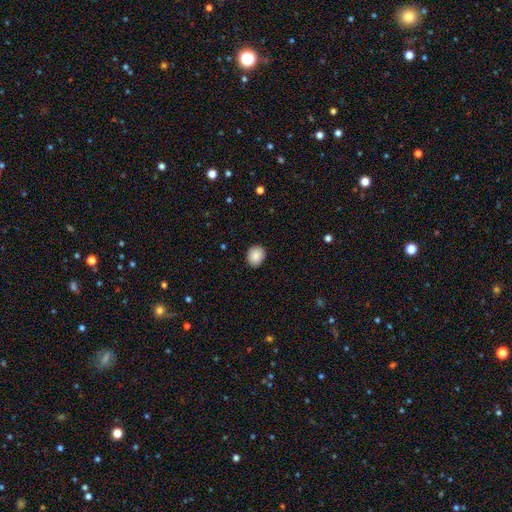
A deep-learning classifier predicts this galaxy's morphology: This appears to be a smooth galaxy with no disk features (88%) that is round (68%). Merging: none (90%).